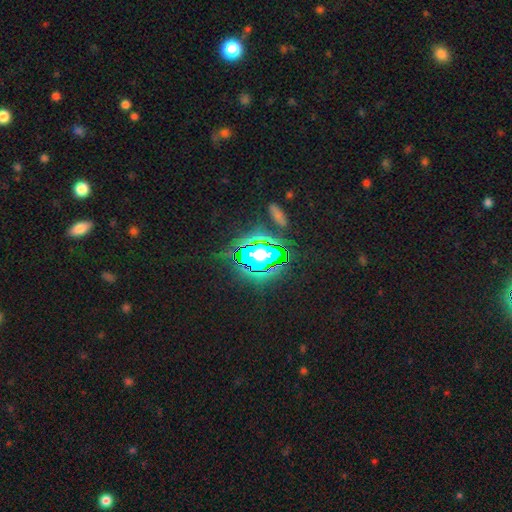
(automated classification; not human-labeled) Smooth or featured? Predicted: star or artifact (p=0.77).